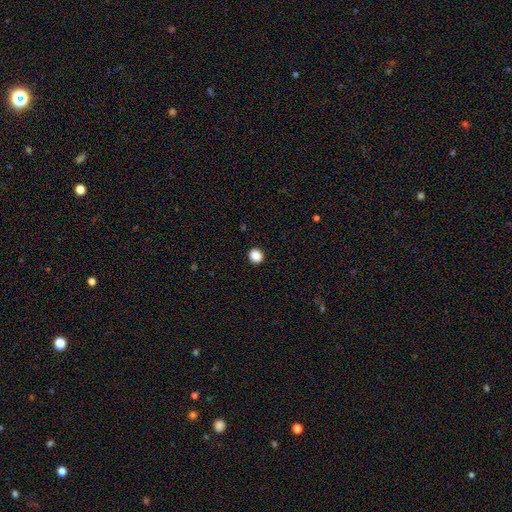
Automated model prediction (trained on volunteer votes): Smooth or featured? Predicted: smooth (p=0.88). How rounded? Predicted: round (p=0.86). Merging? Predicted: none (p=0.93).